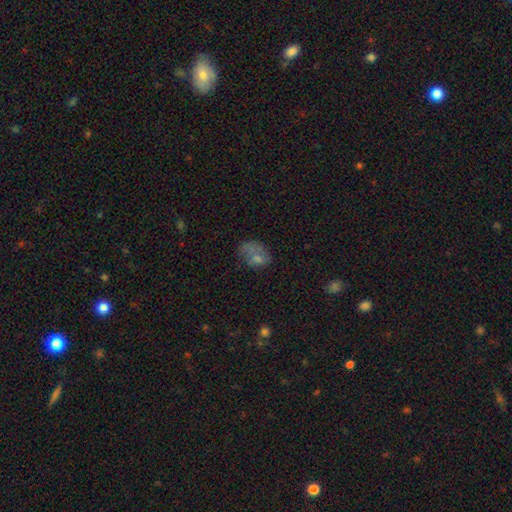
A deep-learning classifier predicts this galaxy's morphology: The model was most divided on "merging": none: 33%, major disturbance: 30%, minor disturbance: 26%, merger: 11%. More confident: how rounded — in between (76%); smooth or featured — smooth (64%).